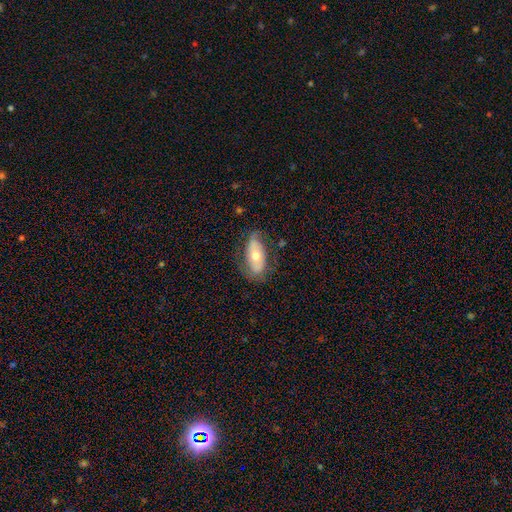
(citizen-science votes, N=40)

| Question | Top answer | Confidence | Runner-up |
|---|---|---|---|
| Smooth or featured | featured or disk | 50% | smooth (45%) |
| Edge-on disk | no | 90% | yes (10%) |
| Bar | no | 72% | weak (22%) |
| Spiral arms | no | 61% | yes (39%) |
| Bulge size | moderate | 78% | large (11%) |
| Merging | none | 63% | minor disturbance (29%) |